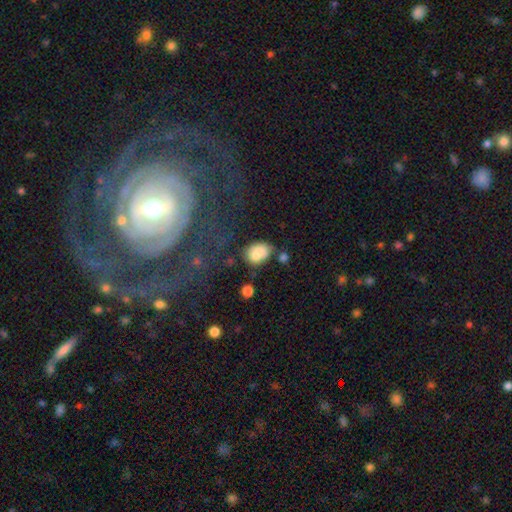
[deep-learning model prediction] Q: Smooth or featured?
A: smooth (79%); runner-up: featured or disk (12%)
Q: How rounded?
A: in between (68%); runner-up: round (31%)
Q: Merging?
A: none (48%); runner-up: minor disturbance (23%)